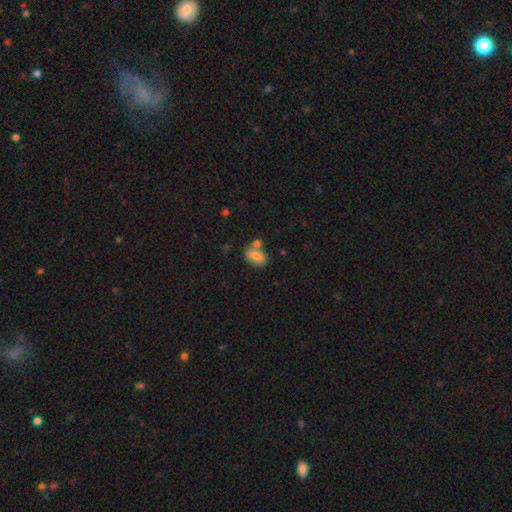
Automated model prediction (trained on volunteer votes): Smooth or featured? Predicted: smooth (p=0.73). How rounded? Predicted: in between (p=0.84). Merging? Predicted: none (p=0.56).